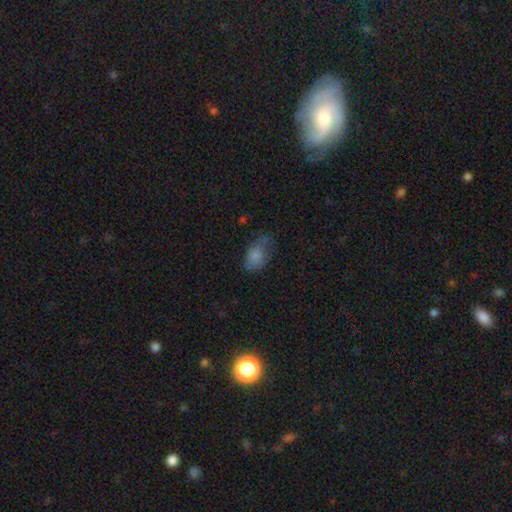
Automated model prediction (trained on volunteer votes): Overall: smooth (76%). How rounded: in between (87%). Merging: none (40%; minor disturbance 35%).